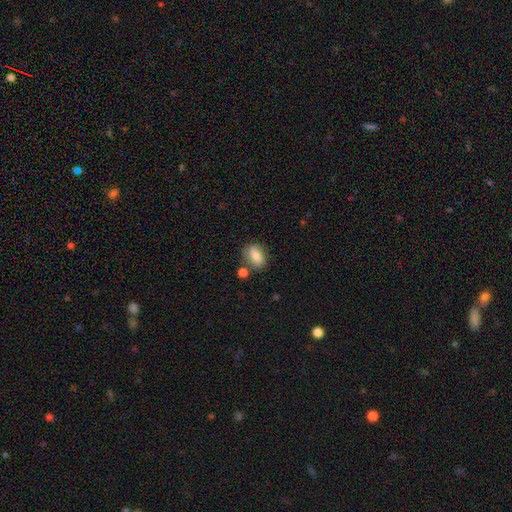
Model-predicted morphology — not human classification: Overall: smooth (72%). How rounded: in between (76%). Merging: none (68%).